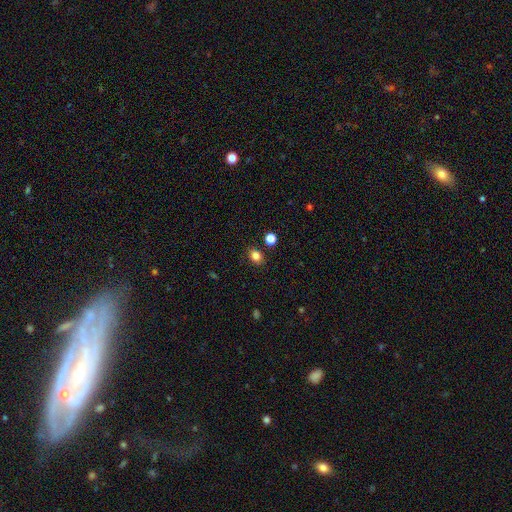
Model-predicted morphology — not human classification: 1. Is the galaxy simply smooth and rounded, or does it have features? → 82% smooth, 12% star or artifact, 5% featured or disk.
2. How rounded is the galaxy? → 58% in between, 41% round, 1% cigar-shaped.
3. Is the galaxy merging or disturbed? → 85% none, 9% minor disturbance, 3% merger, 3% major disturbance.